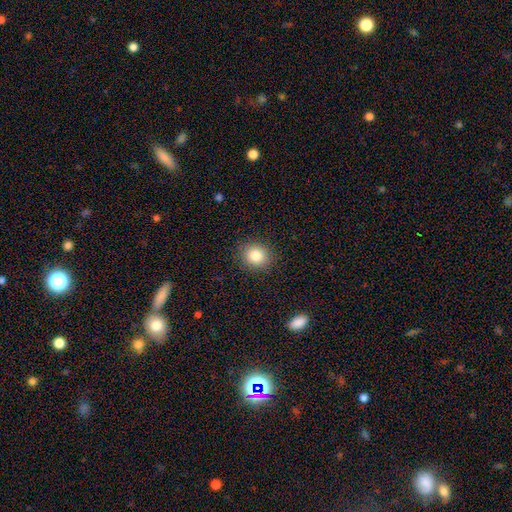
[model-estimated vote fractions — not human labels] Q: Smooth or featured?
A: smooth (84%); runner-up: star or artifact (10%)
Q: How rounded?
A: round (75%); runner-up: in between (24%)
Q: Merging?
A: none (88%); runner-up: minor disturbance (8%)